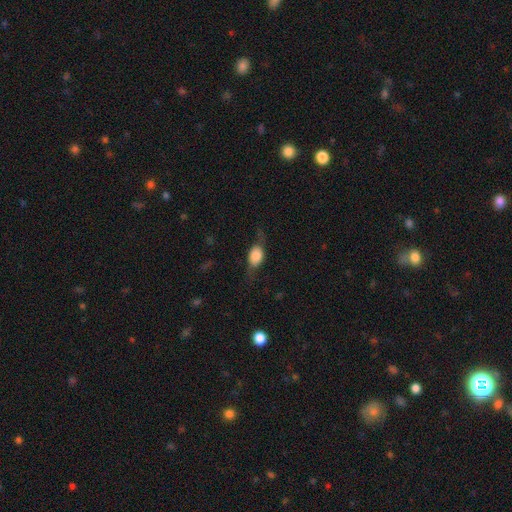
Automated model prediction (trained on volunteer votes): This appears to be a smooth galaxy with no disk features (58%) that is in between round and cigar-shaped (75%). Merging: none (58%).